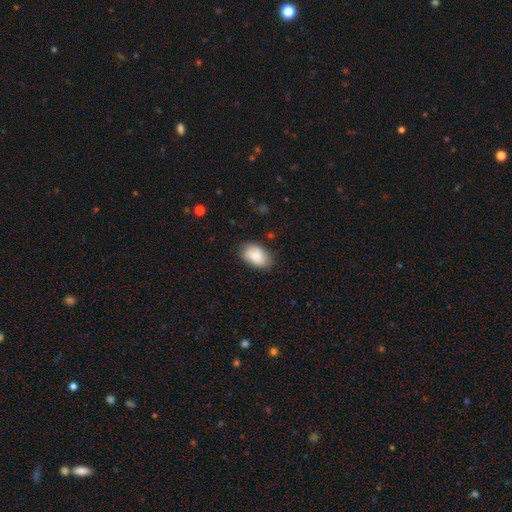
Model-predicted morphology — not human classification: smooth 84%, featured or disk 10%, star or artifact 7%. Down the decision tree: how rounded — in between (90%); merging — none (77%).